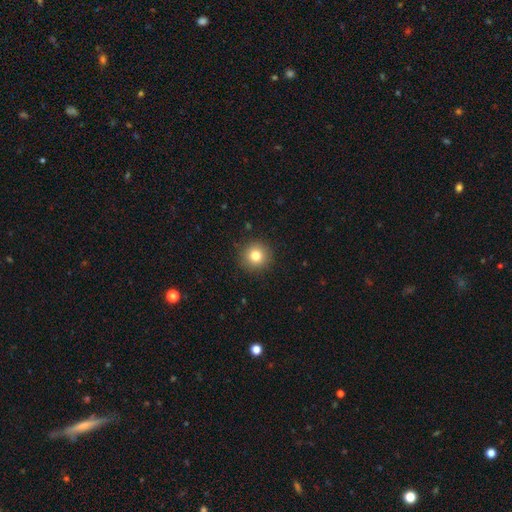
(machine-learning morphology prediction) Smooth or featured? smooth (80%)
How rounded? round (95%)
Merging? none (91%)